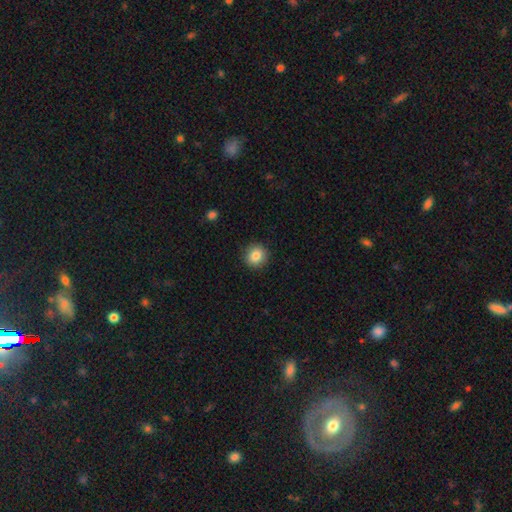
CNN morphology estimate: The model was most divided on "smooth or featured": smooth: 85%, star or artifact: 9%, featured or disk: 6%. More confident: merging — none (91%); how rounded — round (90%).